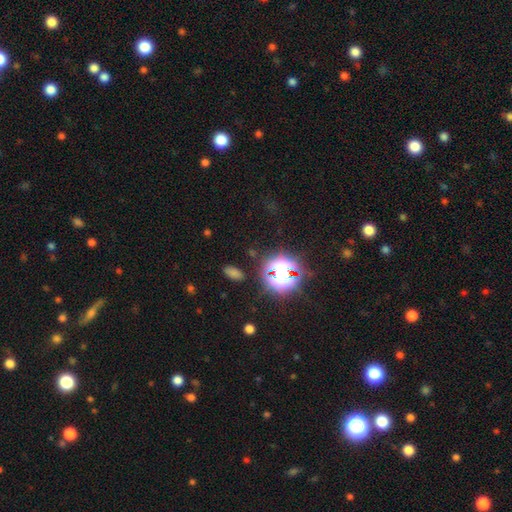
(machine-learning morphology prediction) Overall: star or artifact (76%).